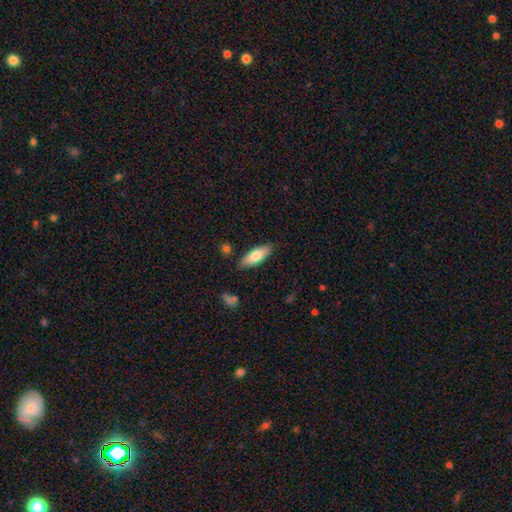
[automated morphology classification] smooth_or_featured: smooth (p=0.75) [alt: featured or disk p=0.19]
how_rounded: in between (p=0.60) [alt: cigar-shaped p=0.38]
merging: none (p=0.85) [alt: minor disturbance p=0.10]